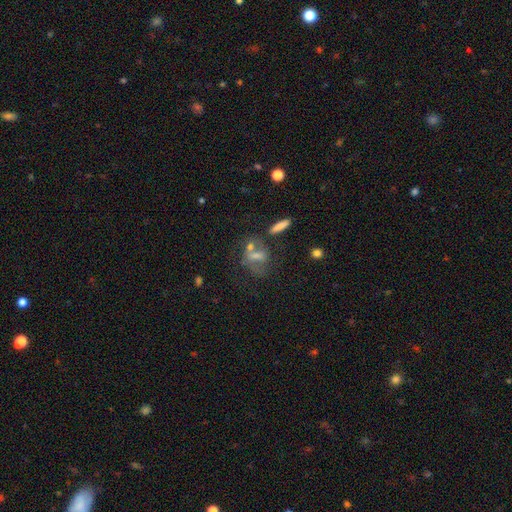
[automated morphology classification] Q: Smooth or featured?
A: smooth (39%); tied with: featured or disk (39%)
Q: Merging?
A: none (42%); runner-up: merger (25%)